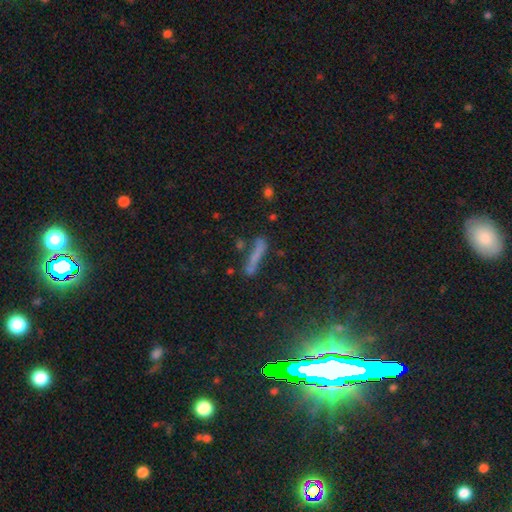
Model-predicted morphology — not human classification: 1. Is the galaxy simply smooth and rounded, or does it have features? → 56% smooth, 23% featured or disk, 21% star or artifact.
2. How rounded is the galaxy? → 90% cigar-shaped, 7% in between, 3% round.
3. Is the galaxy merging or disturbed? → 66% none, 19% minor disturbance, 8% merger, 7% major disturbance.